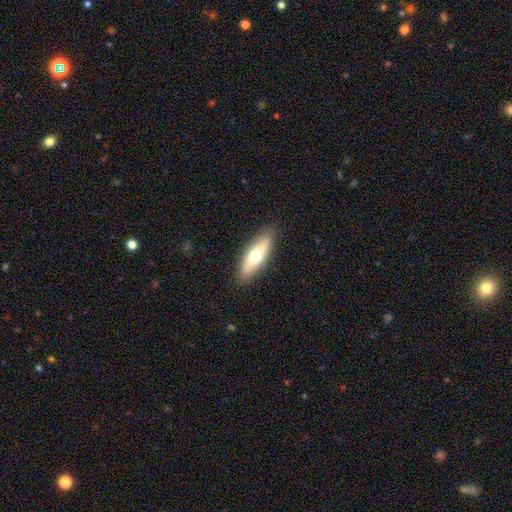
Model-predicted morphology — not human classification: Smooth or featured: smooth — 62% (featured or disk — 32%)
How rounded: in between — 50% (cigar-shaped — 48%)
Merging: none — 87% (minor disturbance — 10%)